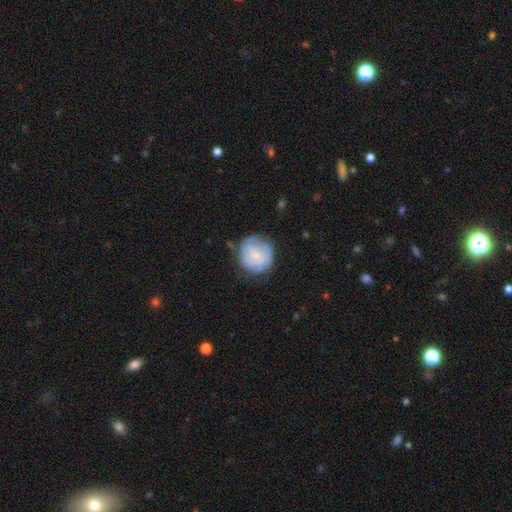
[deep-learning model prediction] smooth-or-featured: featured or disk: 48% | smooth: 45% | star or artifact: 7%
  merging: none: 67% | minor disturbance: 23% | major disturbance: 8% | merger: 2%